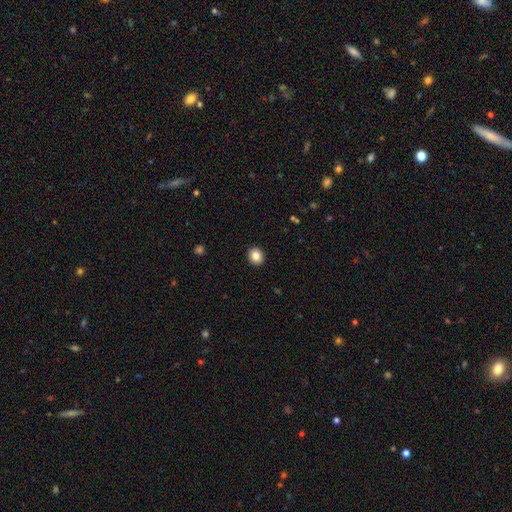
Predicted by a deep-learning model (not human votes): Smooth or featured: smooth — 85% (star or artifact — 9%)
How rounded: round — 78% (in between — 21%)
Merging: none — 92% (minor disturbance — 5%)